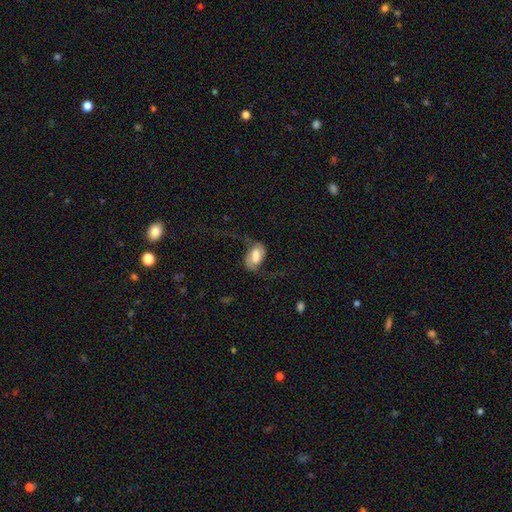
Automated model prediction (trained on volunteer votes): Smooth or featured? Predicted: featured or disk (p=0.52). Edge-on disk? Predicted: no (p=0.95). Merging? Predicted: none (p=0.48).